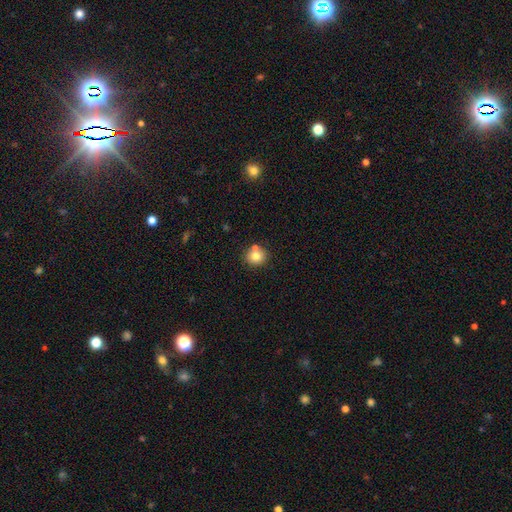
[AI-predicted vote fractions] smooth 78%, featured or disk 11%, star or artifact 11%. Down the decision tree: how rounded — round (83%); merging — none (68%).